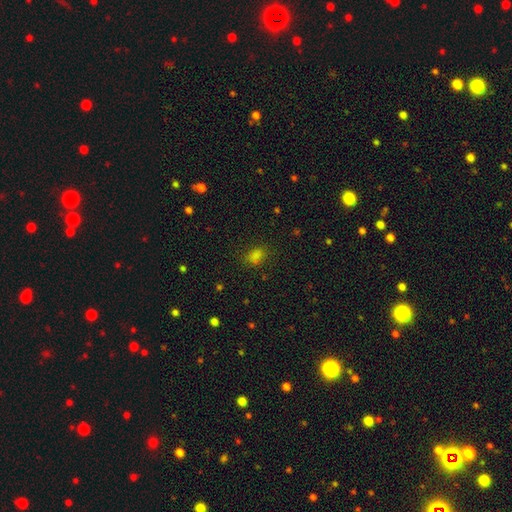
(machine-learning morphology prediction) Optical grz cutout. It shows a smooth galaxy with no disk features (74%) that is in between round and cigar-shaped (74%). Merging: none (78%).